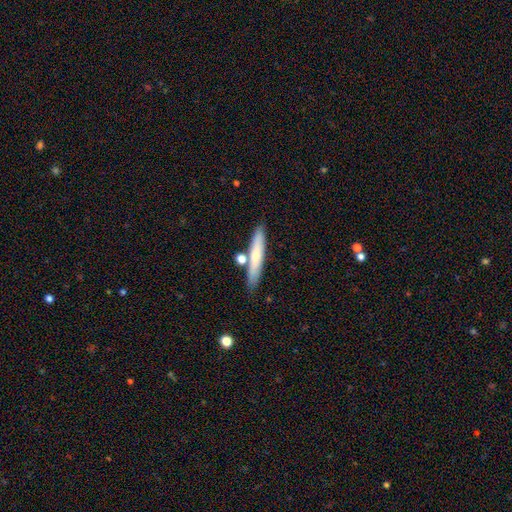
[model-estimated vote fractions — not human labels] Smooth or featured: smooth — 62% (featured or disk — 32%)
How rounded: cigar-shaped — 88% (in between — 10%)
Merging: none — 75% (merger — 11%)